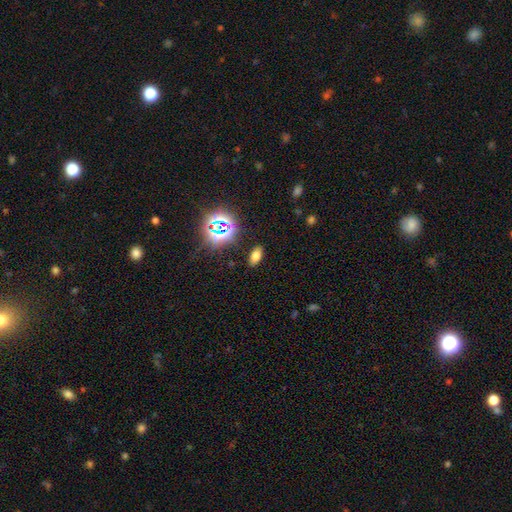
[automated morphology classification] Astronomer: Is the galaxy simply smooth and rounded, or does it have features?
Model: smooth — 66%.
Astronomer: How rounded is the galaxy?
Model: in between — 88%.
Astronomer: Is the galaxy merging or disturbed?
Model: none — 87%.